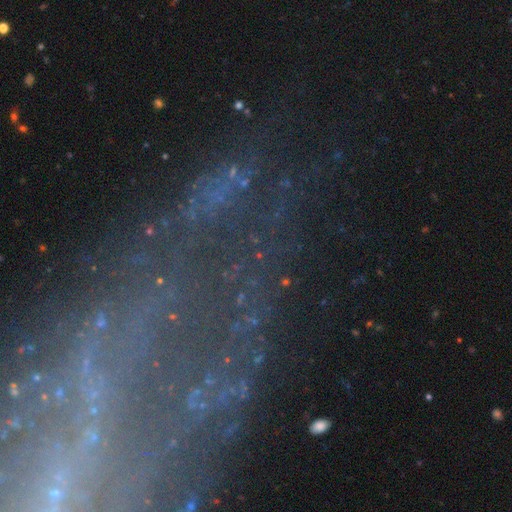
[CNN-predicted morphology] Smooth or featured? Predicted: star or artifact (p=0.49).